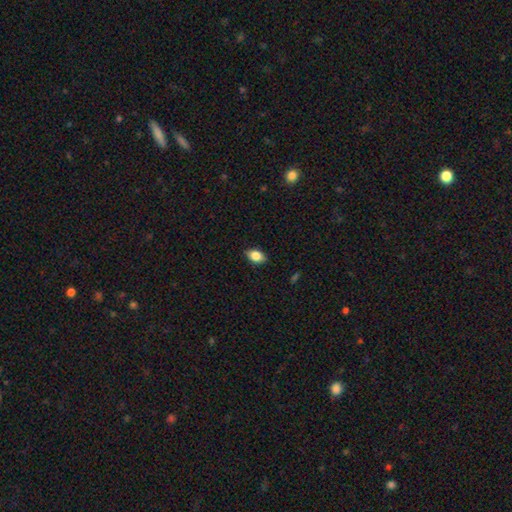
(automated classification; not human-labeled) A smooth galaxy with no disk features (84%) that is in between round and cigar-shaped (85%). Merging: none (85%).